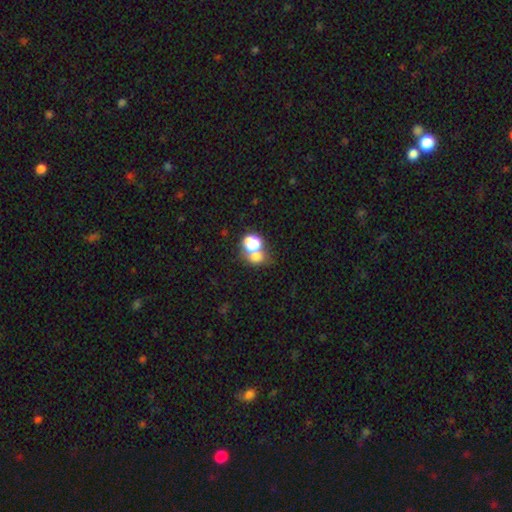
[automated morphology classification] A smooth galaxy with no disk features (72%) that is round (59%).

Vote fractions:
- Smooth or featured? smooth: 72% / featured or disk: 14% / star or artifact: 14%
- How rounded? round: 59% / in between: 40% / cigar-shaped: 1%
- Merging? merger: 58% / none: 30% / minor disturbance: 7% / major disturbance: 5%